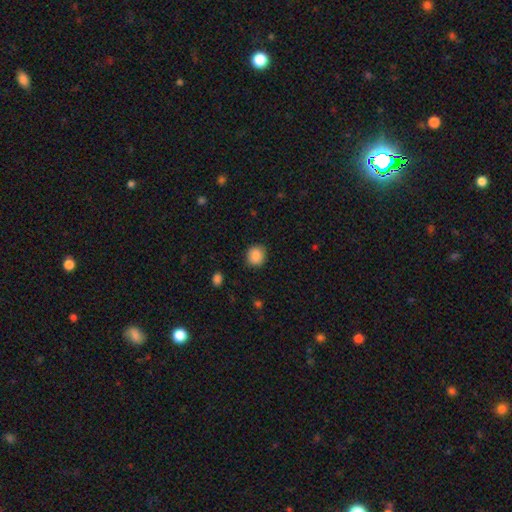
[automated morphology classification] A smooth galaxy with no disk features (88%) that is round (81%). Merging: none (86%).